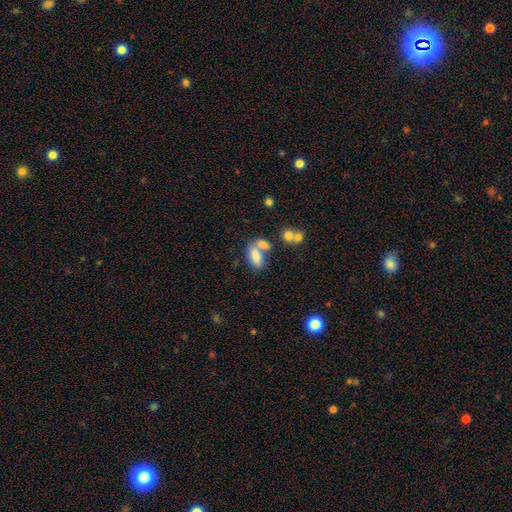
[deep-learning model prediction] Smooth or featured?
  - smooth: 78% *
  - featured or disk: 12%
  - star or artifact: 9%
How rounded?
  - in between: 88% *
  - cigar-shaped: 6%
  - round: 5%
Merging?
  - merger: 48% *
  - none: 34%
  - minor disturbance: 11%
  - major disturbance: 6%